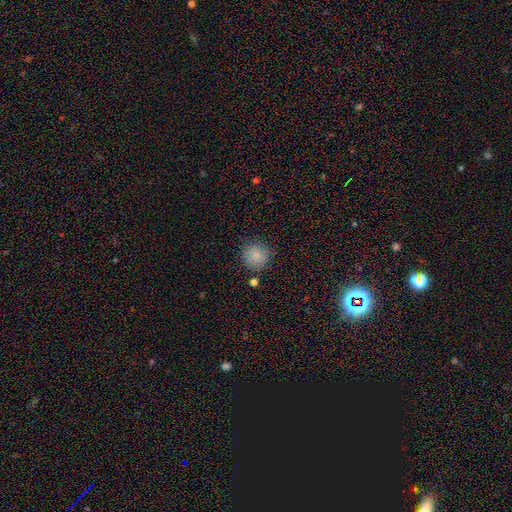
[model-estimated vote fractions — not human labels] Smooth or featured: smooth — 86% (star or artifact — 10%)
How rounded: round — 93% (in between — 6%)
Merging: none — 85% (minor disturbance — 9%)